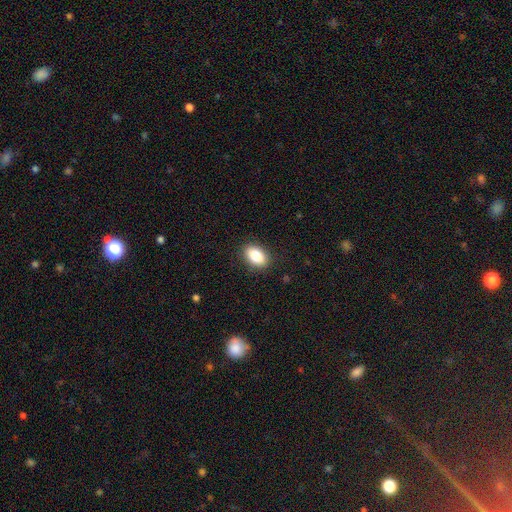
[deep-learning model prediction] This is clearly a smooth galaxy (85%). How rounded: clearly in between (87%). Merging: clearly none (88%).